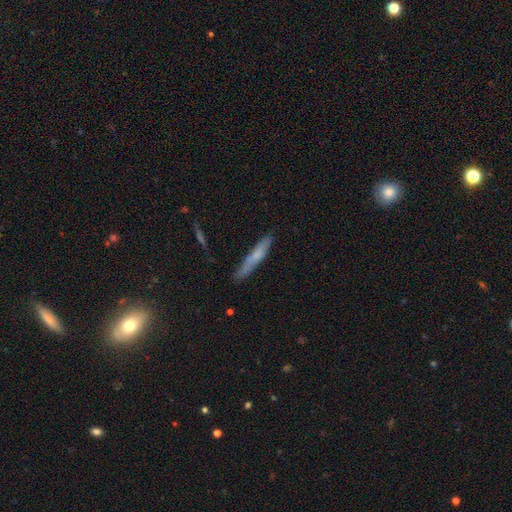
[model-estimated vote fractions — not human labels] Q: Smooth or featured?
A: smooth (59%); runner-up: featured or disk (33%)
Q: How rounded?
A: cigar-shaped (92%); runner-up: in between (6%)
Q: Merging?
A: none (78%); runner-up: minor disturbance (17%)